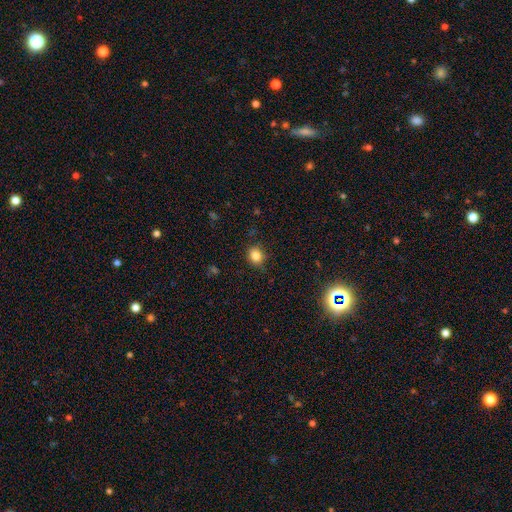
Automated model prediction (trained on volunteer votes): Smooth or featured: smooth — 82% (star or artifact — 12%)
How rounded: round — 76% (in between — 23%)
Merging: none — 79% (minor disturbance — 16%)